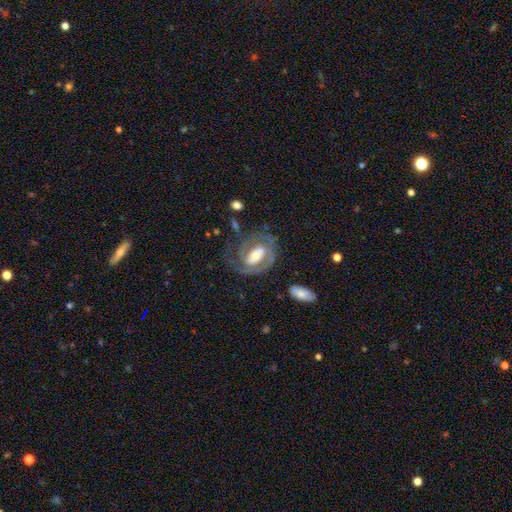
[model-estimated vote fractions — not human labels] A featured or disk galaxy (83%) with a weak bar (41%), 2 (64%) tight (56%) spiral arms (91%) and a moderate central bulge (53%). Merging: none (62%).